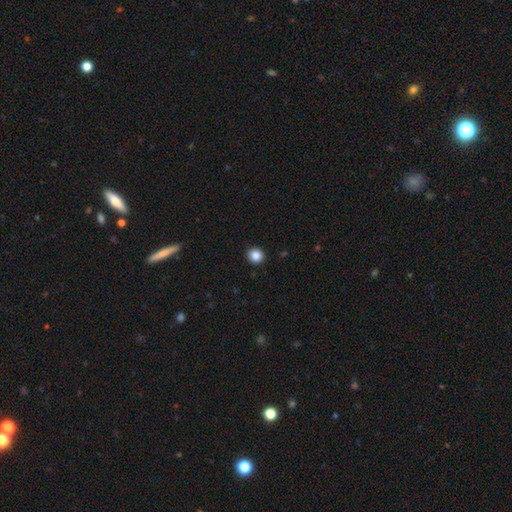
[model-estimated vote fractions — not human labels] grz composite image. It shows a smooth galaxy with no disk features (85%) that is round (90%). Merging: none (93%).